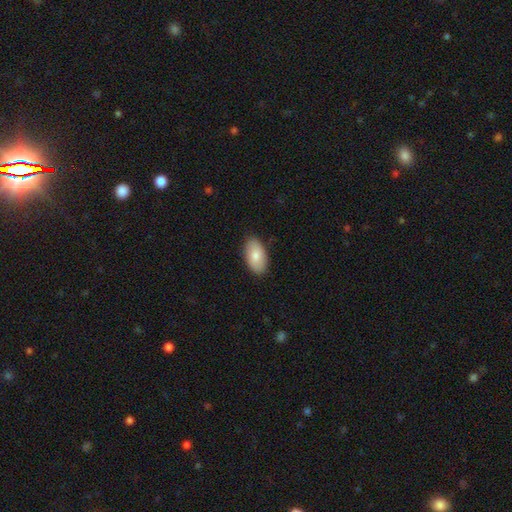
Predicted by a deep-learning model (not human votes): smooth 81%, featured or disk 14%, star or artifact 6%. Down the decision tree: how rounded — in between (95%); merging — none (87%).